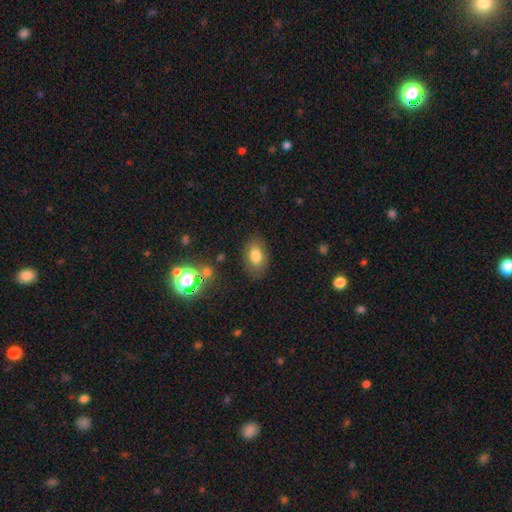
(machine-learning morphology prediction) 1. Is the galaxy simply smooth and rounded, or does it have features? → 77% smooth, 12% featured or disk, 11% star or artifact.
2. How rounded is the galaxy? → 85% in between, 13% round, 1% cigar-shaped.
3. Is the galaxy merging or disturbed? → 81% none, 13% minor disturbance, 4% major disturbance, 2% merger.